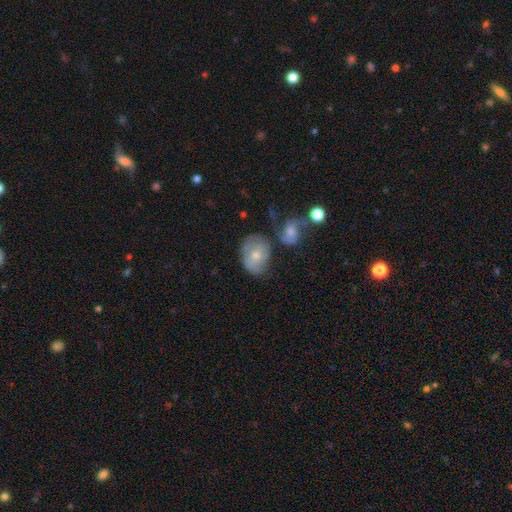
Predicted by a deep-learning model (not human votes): smooth_or_featured: smooth (p=0.50) [alt: featured or disk p=0.43]
merging: none (p=0.41) [alt: minor disturbance p=0.23]